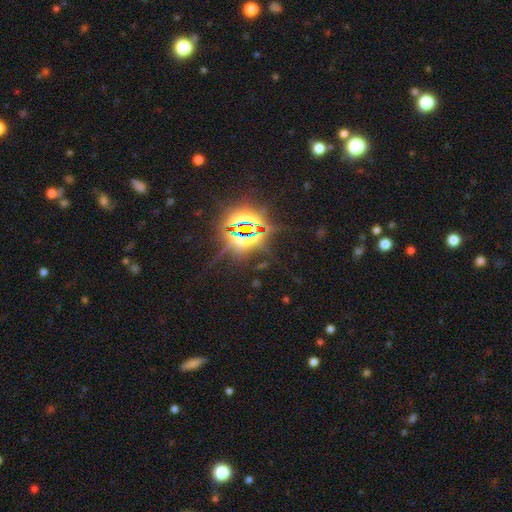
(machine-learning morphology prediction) This appears to be a star or artifact, not a galaxy (83%).